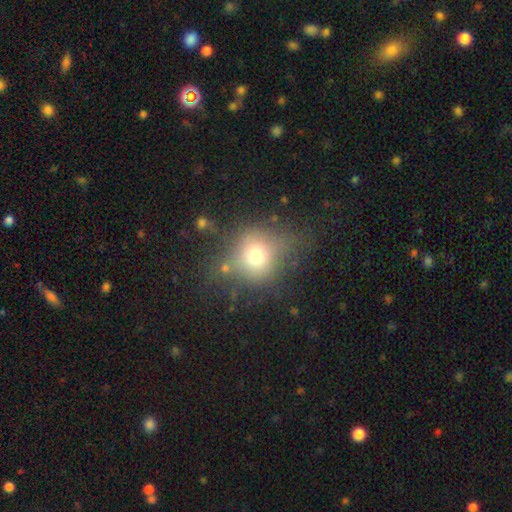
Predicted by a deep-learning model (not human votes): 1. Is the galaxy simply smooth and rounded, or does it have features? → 66% smooth, 17% star or artifact, 17% featured or disk.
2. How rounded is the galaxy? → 80% round, 18% in between, 1% cigar-shaped.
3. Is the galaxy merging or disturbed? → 61% none, 21% minor disturbance, 13% major disturbance, 5% merger.